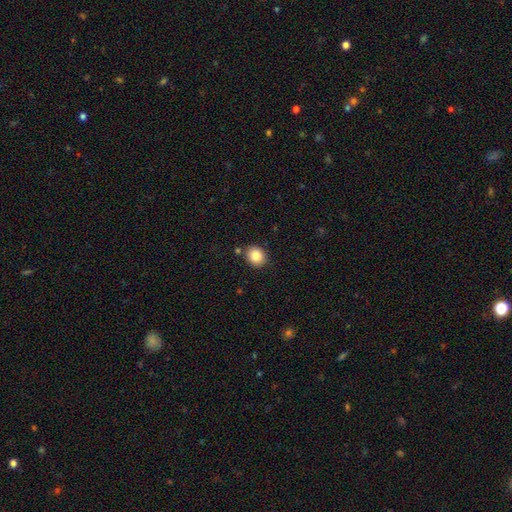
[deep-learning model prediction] A smooth galaxy with no disk features (84%) that is round (69%).

Vote fractions:
- Smooth or featured? smooth: 84% / star or artifact: 10% / featured or disk: 7%
- How rounded? round: 69% / in between: 30% / cigar-shaped: 1%
- Merging? none: 84% / minor disturbance: 9% / merger: 4% / major disturbance: 2%